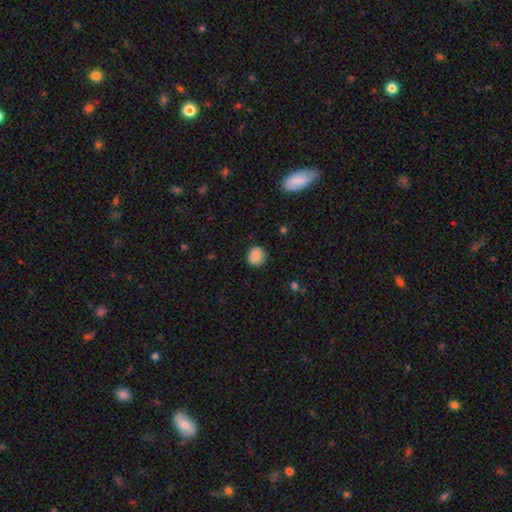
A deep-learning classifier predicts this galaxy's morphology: Q: Smooth or featured?
A: smooth (86%); runner-up: star or artifact (9%)
Q: How rounded?
A: round (87%); runner-up: in between (12%)
Q: Merging?
A: none (85%); runner-up: minor disturbance (11%)